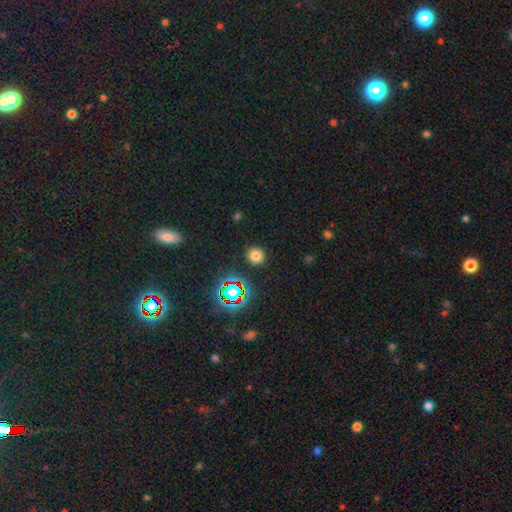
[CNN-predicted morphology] Smooth or featured: smooth — 73% (star or artifact — 21%)
How rounded: round — 89% (in between — 10%)
Merging: none — 90% (minor disturbance — 6%)